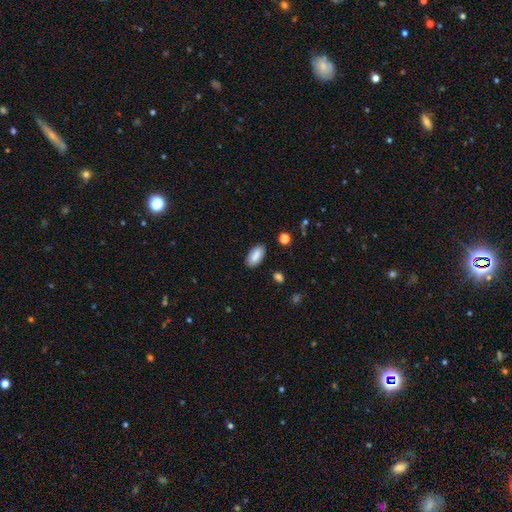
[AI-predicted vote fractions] A smooth galaxy with no disk features (87%) that is in between round and cigar-shaped (93%).

Vote fractions:
- Smooth or featured? smooth: 87% / star or artifact: 7% / featured or disk: 6%
- How rounded? in between: 93% / cigar-shaped: 4% / round: 2%
- Merging? none: 86% / minor disturbance: 10% / major disturbance: 2% / merger: 2%